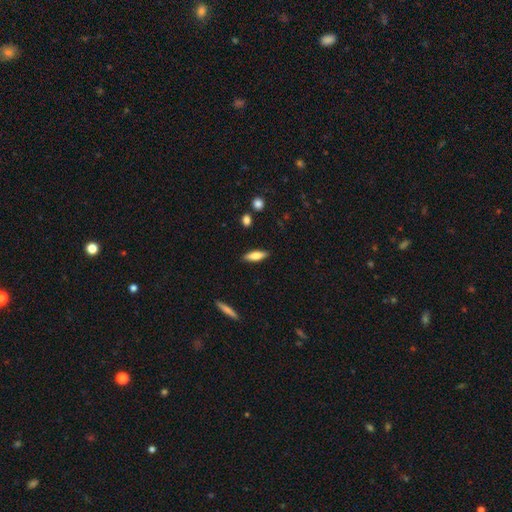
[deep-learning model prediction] smooth 74%, featured or disk 20%, star or artifact 6%. Down the decision tree: how rounded — in between (49%, tied with cigar-shaped); merging — none (88%).